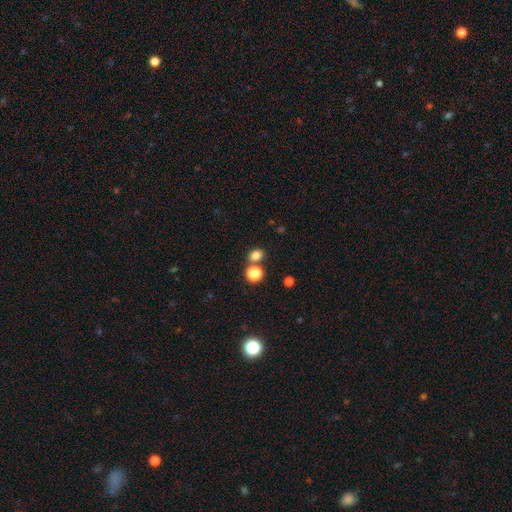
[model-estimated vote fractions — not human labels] A smooth galaxy with no disk features (80%) that is round (62%).

Vote fractions:
- Smooth or featured? smooth: 80% / star or artifact: 15% / featured or disk: 5%
- How rounded? round: 62% / in between: 37% / cigar-shaped: 1%
- Merging? none: 68% / merger: 20% / minor disturbance: 9% / major disturbance: 3%